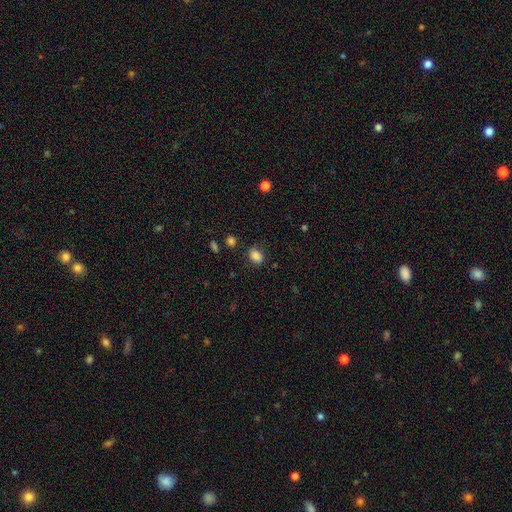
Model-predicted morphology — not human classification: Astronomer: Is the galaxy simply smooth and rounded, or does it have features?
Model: smooth — 84%.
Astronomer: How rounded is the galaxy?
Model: in between — 67%.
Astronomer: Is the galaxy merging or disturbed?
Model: none — 75%.